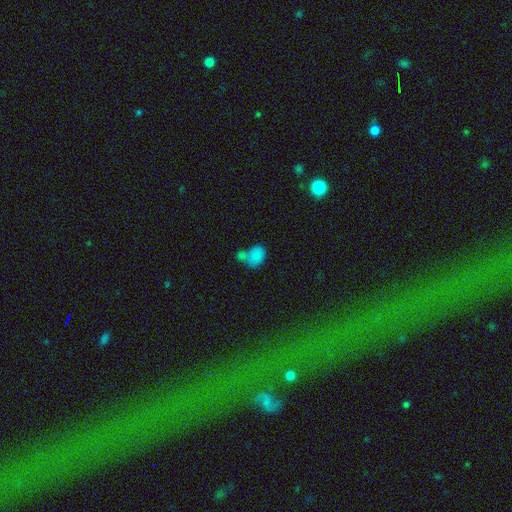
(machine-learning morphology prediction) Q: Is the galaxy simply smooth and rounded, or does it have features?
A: smooth — 81%.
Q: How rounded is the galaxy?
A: in between — 69%.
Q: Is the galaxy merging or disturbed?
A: merger — 51%.